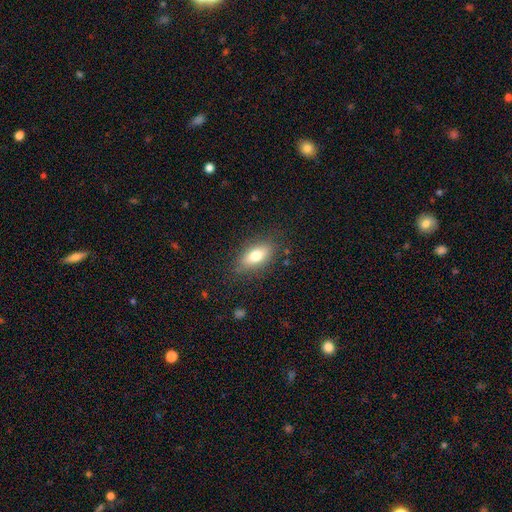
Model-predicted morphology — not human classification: The model was most divided on "smooth or featured": smooth: 74%, featured or disk: 18%, star or artifact: 8%. More confident: how rounded — in between (83%); merging — none (81%).